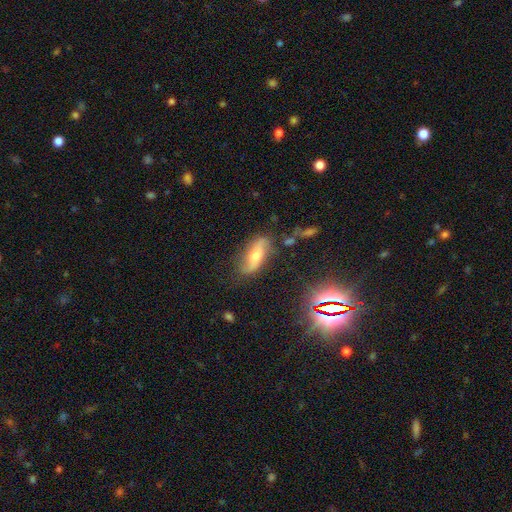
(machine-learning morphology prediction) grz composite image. It shows a featured or disk galaxy (55%). Merging: none (73%).